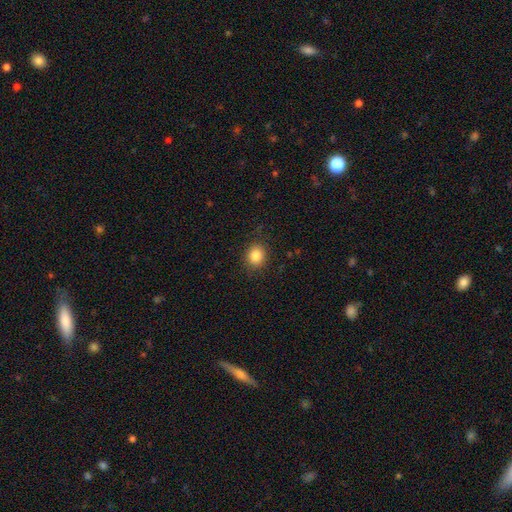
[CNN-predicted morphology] This appears to be a smooth galaxy with no disk features (84%) that is round (75%). Merging: none (87%).